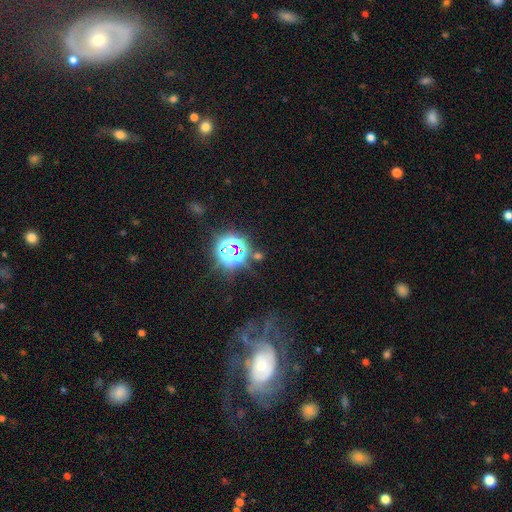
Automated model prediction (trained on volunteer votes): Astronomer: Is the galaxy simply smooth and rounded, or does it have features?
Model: star or artifact — 54%.